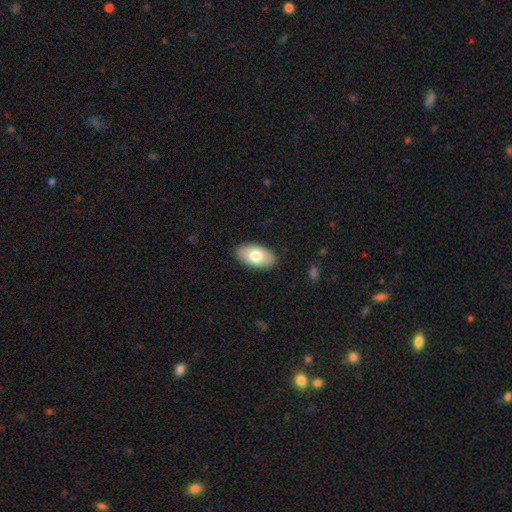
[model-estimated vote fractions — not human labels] This is likely a smooth galaxy (76%). How rounded: clearly in between (95%). Merging: clearly none (87%).